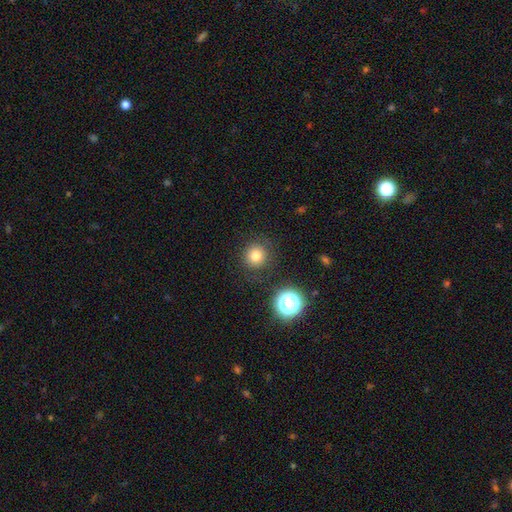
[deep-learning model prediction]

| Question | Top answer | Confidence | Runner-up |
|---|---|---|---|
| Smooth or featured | smooth | 78% | star or artifact (14%) |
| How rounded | round | 93% | in between (6%) |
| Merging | none | 87% | minor disturbance (8%) |